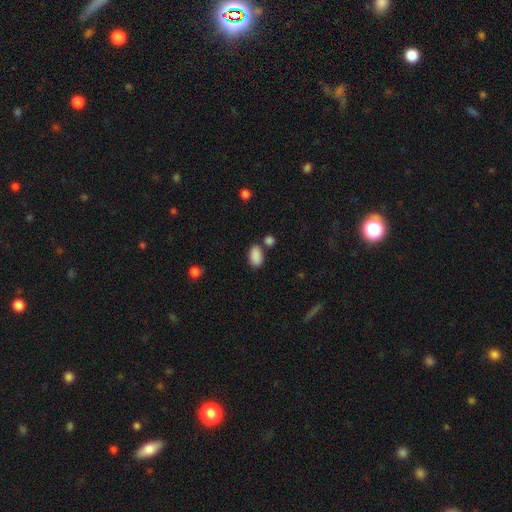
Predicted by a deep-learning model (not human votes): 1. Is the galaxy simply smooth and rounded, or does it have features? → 88% smooth, 8% star or artifact, 4% featured or disk.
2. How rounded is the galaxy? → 92% in between, 7% round, 2% cigar-shaped.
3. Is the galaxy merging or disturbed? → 71% none, 13% minor disturbance, 12% merger, 4% major disturbance.